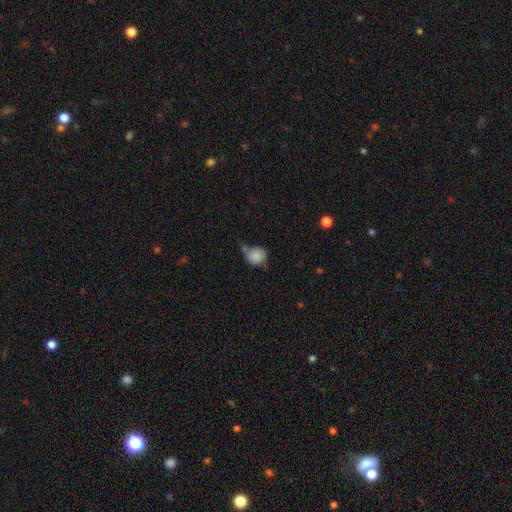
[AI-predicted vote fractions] A smooth galaxy with no disk features (86%) that is round (80%).

Vote fractions:
- Smooth or featured? smooth: 86% / star or artifact: 9% / featured or disk: 6%
- How rounded? round: 80% / in between: 19% / cigar-shaped: 1%
- Merging? none: 50% / minor disturbance: 23% / merger: 20% / major disturbance: 8%